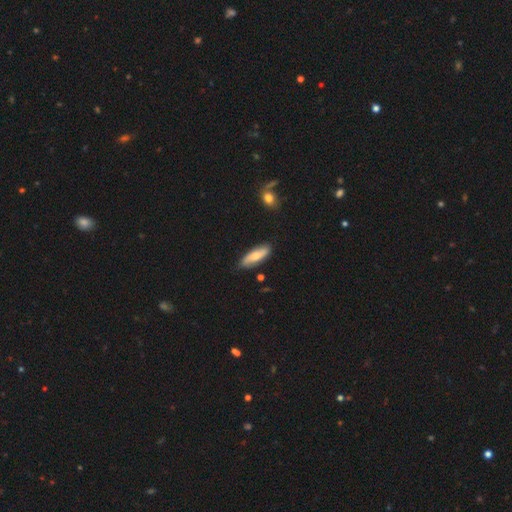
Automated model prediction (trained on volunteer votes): Smooth or featured: smooth — 61% (featured or disk — 33%)
How rounded: in between — 55% (cigar-shaped — 43%)
Merging: none — 79% (minor disturbance — 16%)